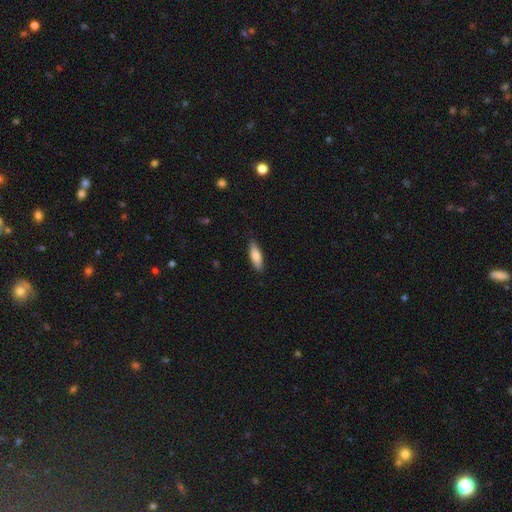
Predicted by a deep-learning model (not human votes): smooth 78%, featured or disk 16%, star or artifact 6%. Down the decision tree: how rounded — in between (49%, tied with cigar-shaped); merging — none (87%).